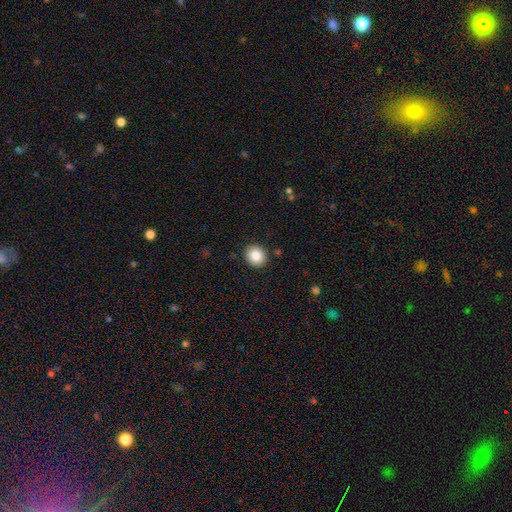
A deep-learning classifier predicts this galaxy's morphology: Q: Smooth or featured?
A: smooth (85%); runner-up: star or artifact (9%)
Q: How rounded?
A: round (81%); runner-up: in between (18%)
Q: Merging?
A: none (90%); runner-up: minor disturbance (6%)